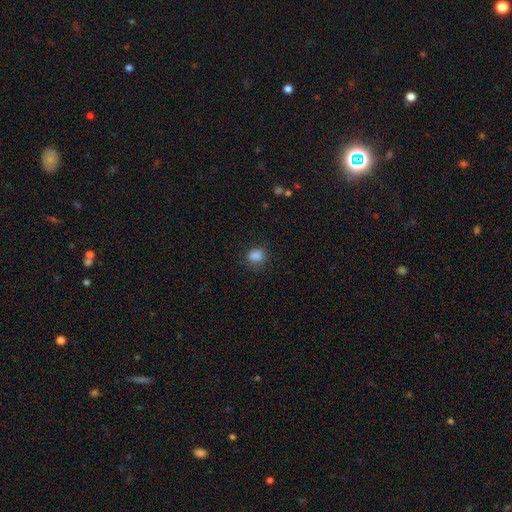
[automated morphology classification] This appears to be a smooth galaxy with no disk features (86%) that is round (53%). Merging: none (80%).